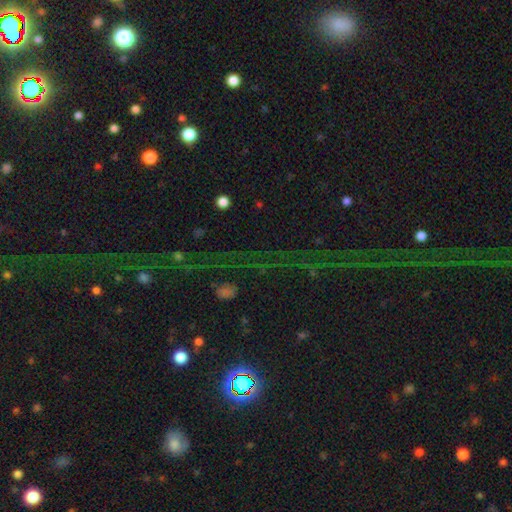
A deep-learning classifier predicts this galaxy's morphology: smooth-or-featured: star or artifact: 72% | smooth: 14% | featured or disk: 14%